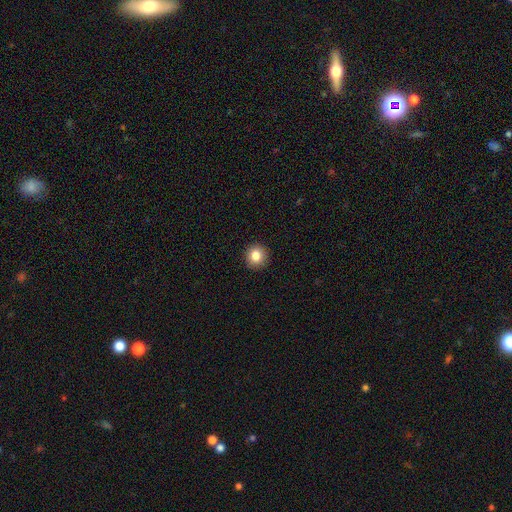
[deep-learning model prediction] Q: Smooth or featured?
A: smooth (84%); runner-up: star or artifact (10%)
Q: How rounded?
A: round (94%); runner-up: in between (5%)
Q: Merging?
A: none (92%); runner-up: minor disturbance (5%)